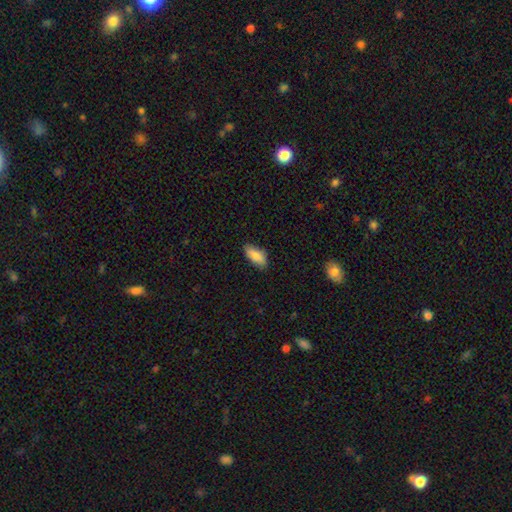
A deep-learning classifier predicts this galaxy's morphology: Smooth or featured? Predicted: smooth (p=0.84). How rounded? Predicted: in between (p=0.87). Merging? Predicted: none (p=0.79).